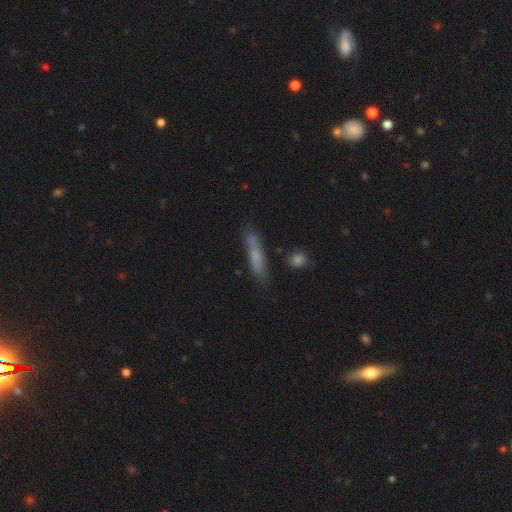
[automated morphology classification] A smooth galaxy with no disk features (63%) that is cigar-shaped (86%).

Vote fractions:
- Smooth or featured? smooth: 63% / featured or disk: 27% / star or artifact: 10%
- How rounded? cigar-shaped: 86% / in between: 12% / round: 2%
- Merging? none: 68% / minor disturbance: 19% / merger: 7% / major disturbance: 6%